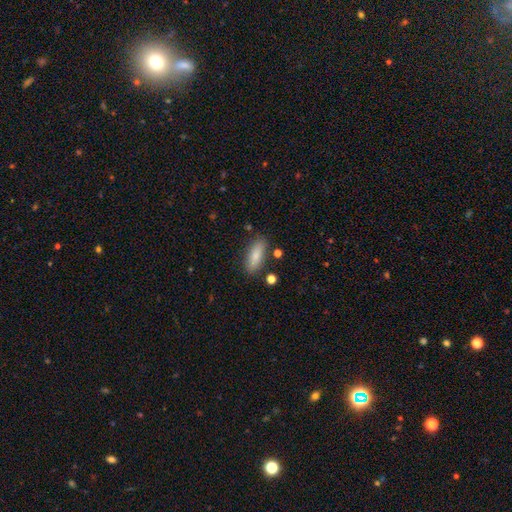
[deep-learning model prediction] This appears to be a smooth galaxy with no disk features (83%) that is in between round and cigar-shaped (69%). Merging: none (83%).